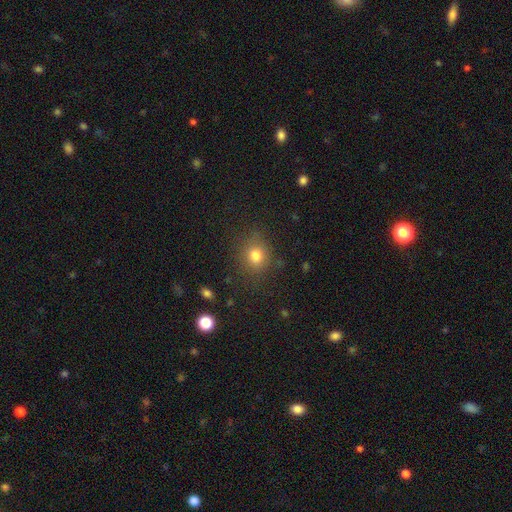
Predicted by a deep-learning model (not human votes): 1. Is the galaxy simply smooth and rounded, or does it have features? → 78% smooth, 15% star or artifact, 8% featured or disk.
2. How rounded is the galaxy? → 72% round, 27% in between, 1% cigar-shaped.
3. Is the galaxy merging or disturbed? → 82% none, 12% minor disturbance, 5% major disturbance, 2% merger.